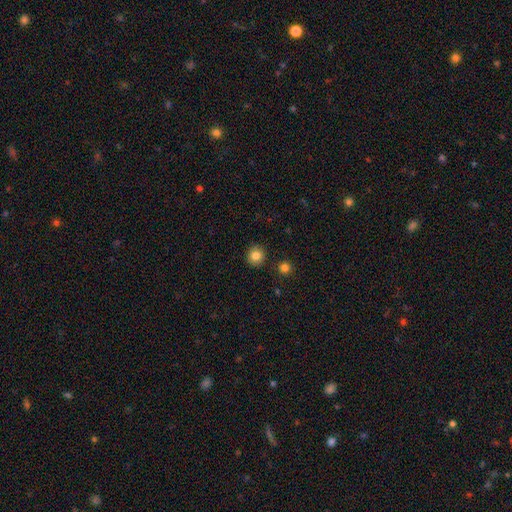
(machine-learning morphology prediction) This is clearly a smooth galaxy (83%). How rounded: clearly round (93%). Merging: clearly none (91%).